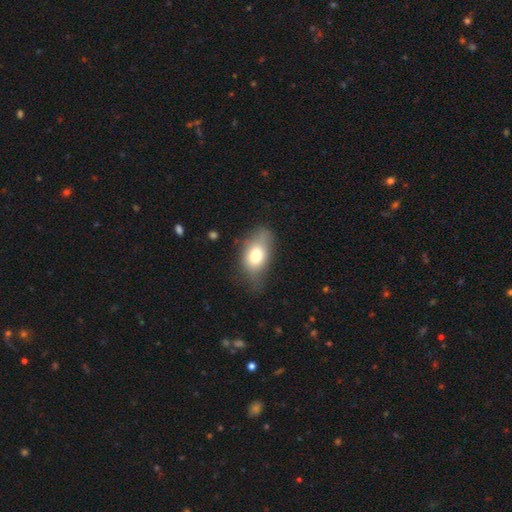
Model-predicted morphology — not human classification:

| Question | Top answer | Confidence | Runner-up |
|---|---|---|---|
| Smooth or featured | smooth | 73% | featured or disk (18%) |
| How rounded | in between | 86% | round (11%) |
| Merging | none | 52% | minor disturbance (32%) |